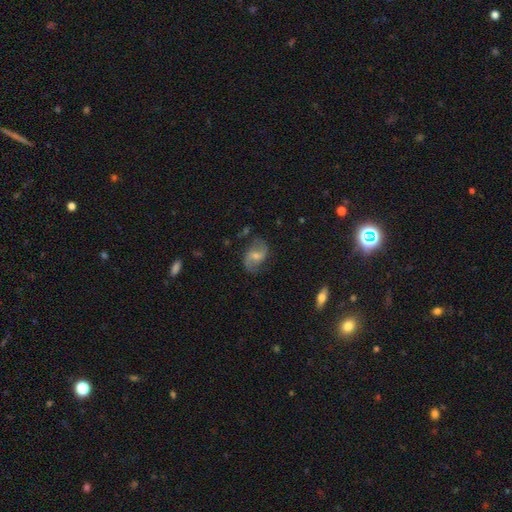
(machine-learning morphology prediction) smooth_or_featured: featured or disk (p=0.74) [alt: smooth p=0.19]
disk_edge_on: no (p=0.97) [alt: yes p=0.03]
bar: weak (p=0.50) [alt: no p=0.37]
has_spiral_arms: yes (p=0.93) [alt: no p=0.07]
spiral_winding: loose (p=0.51) [alt: medium p=0.39]
spiral_arm_count: 2 (p=0.90) [alt: can't tell p=0.04]
bulge_size: moderate (p=0.48) [alt: small p=0.38]
merging: none (p=0.73) [alt: minor disturbance p=0.18]